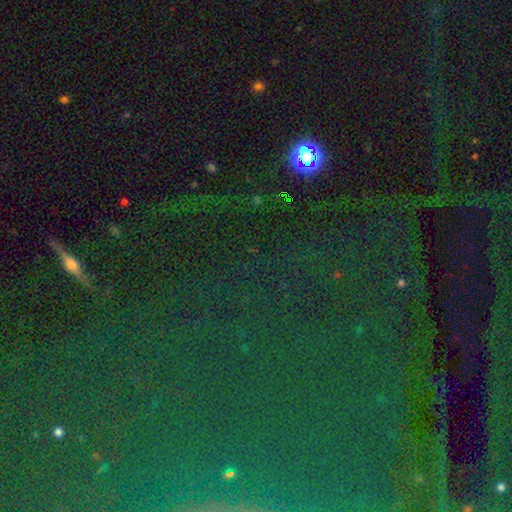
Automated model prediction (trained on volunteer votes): This is likely a star or artifact rather than a galaxy (78%).